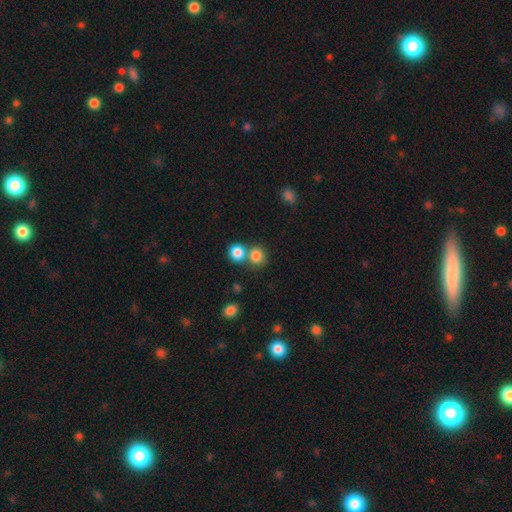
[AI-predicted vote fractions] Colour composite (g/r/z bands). It shows a smooth galaxy with no disk features (83%) that is round (84%). Merging: none (53%).